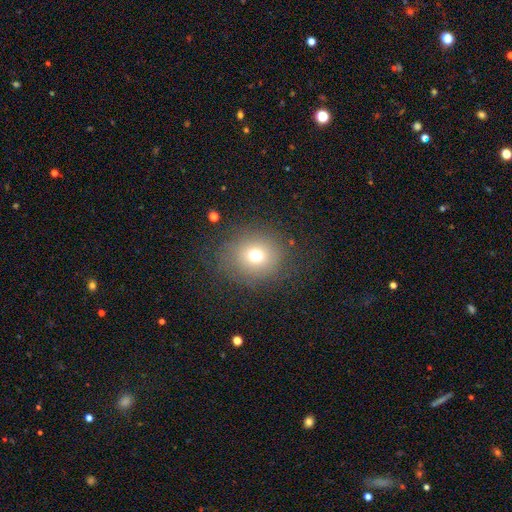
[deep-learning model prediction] This appears to be a smooth galaxy with no disk features (70%) that is round (85%). Merging: none (79%).